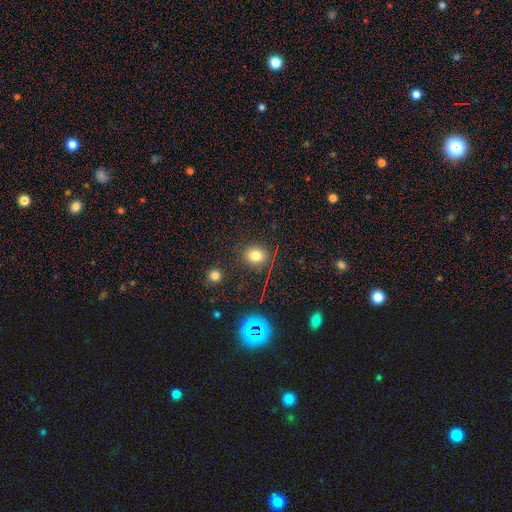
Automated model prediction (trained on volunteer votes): Smooth or featured? Predicted: smooth (p=0.75). How rounded? Predicted: round (p=0.72). Merging? Predicted: none (p=0.85).